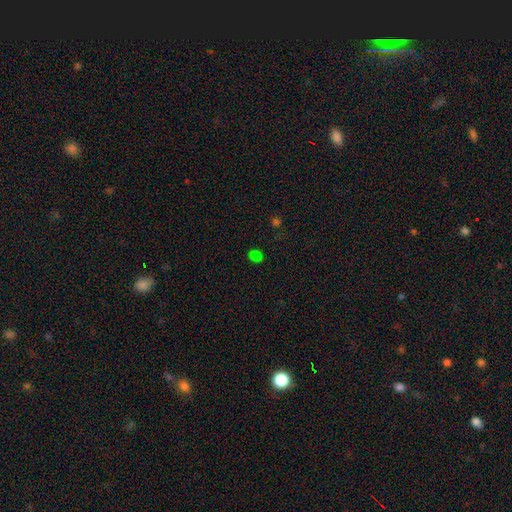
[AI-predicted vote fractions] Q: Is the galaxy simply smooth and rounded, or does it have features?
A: star or artifact — 46%.